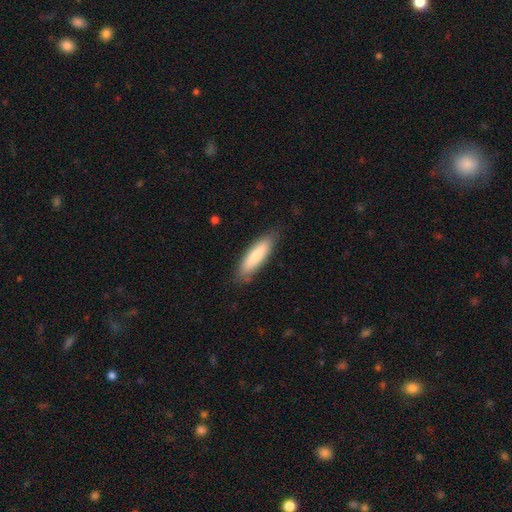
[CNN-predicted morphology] The model was most divided on "how rounded": cigar-shaped: 64%, in between: 34%, round: 1%. More confident: merging — none (83%); smooth or featured — smooth (80%).